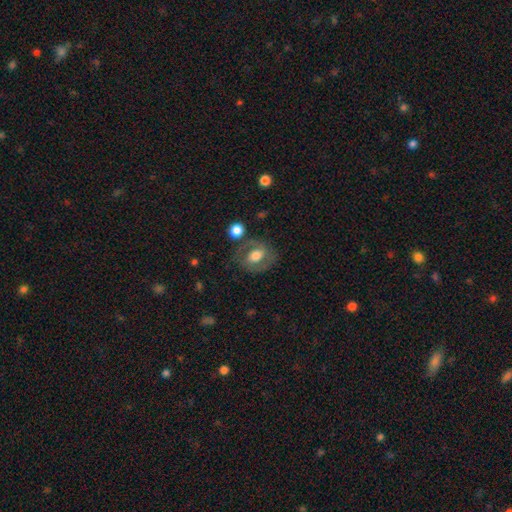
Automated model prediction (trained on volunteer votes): The model was most divided on "smooth or featured": featured or disk: 51%, smooth: 42%, star or artifact: 8%. More confident: edge-on disk — no (95%); merging — none (70%).